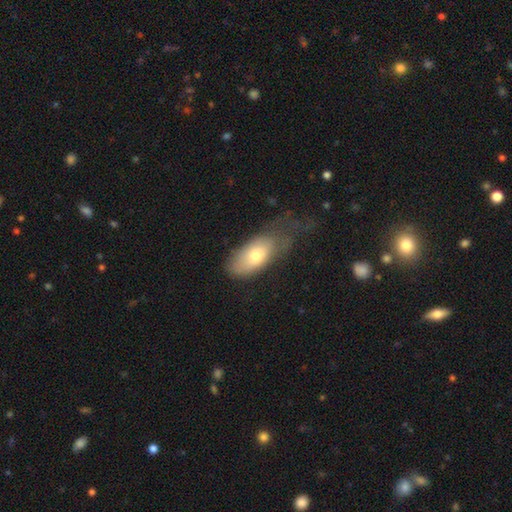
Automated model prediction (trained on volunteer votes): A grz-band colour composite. It shows a smooth galaxy with no disk features (72%) that is in between round and cigar-shaped (90%). Merging: none (33%).